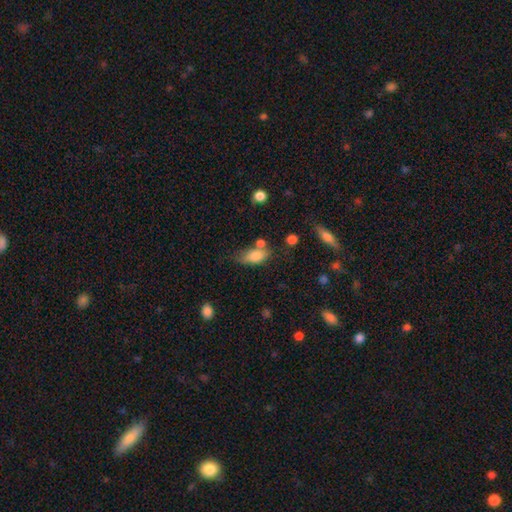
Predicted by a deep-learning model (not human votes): The model was most divided on "merging": none: 50%, minor disturbance: 25%, merger: 15%, major disturbance: 9%. More confident: how rounded — in between (85%); smooth or featured — smooth (80%).